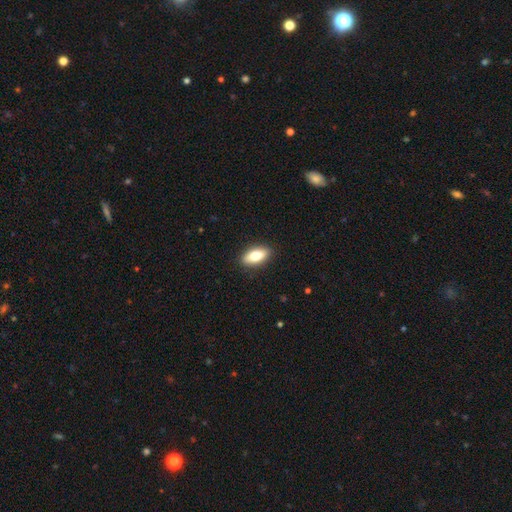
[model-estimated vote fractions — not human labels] smooth_or_featured: smooth (p=0.77) [alt: featured or disk p=0.16]
how_rounded: in between (p=0.86) [alt: cigar-shaped p=0.11]
merging: none (p=0.90) [alt: minor disturbance p=0.08]